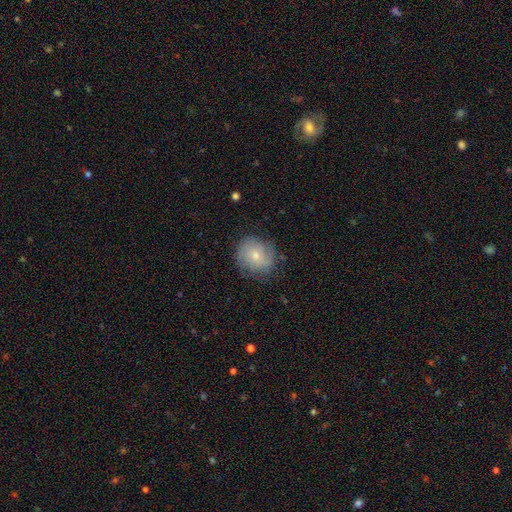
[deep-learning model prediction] Smooth or featured?
  - smooth: 49% *
  - featured or disk: 43%
  - star or artifact: 8%
Merging?
  - none: 73% *
  - minor disturbance: 19%
  - major disturbance: 6%
  - merger: 1%